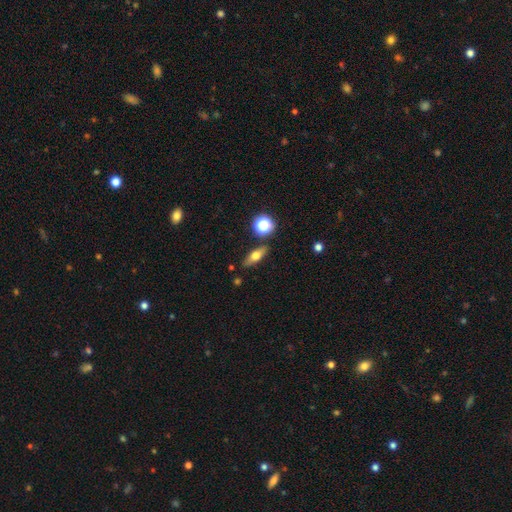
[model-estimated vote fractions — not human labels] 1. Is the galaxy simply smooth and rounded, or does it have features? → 54% smooth, 35% featured or disk, 10% star or artifact.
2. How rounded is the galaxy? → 53% in between, 36% cigar-shaped, 12% round.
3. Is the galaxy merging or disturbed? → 83% none, 10% minor disturbance, 4% merger, 3% major disturbance.